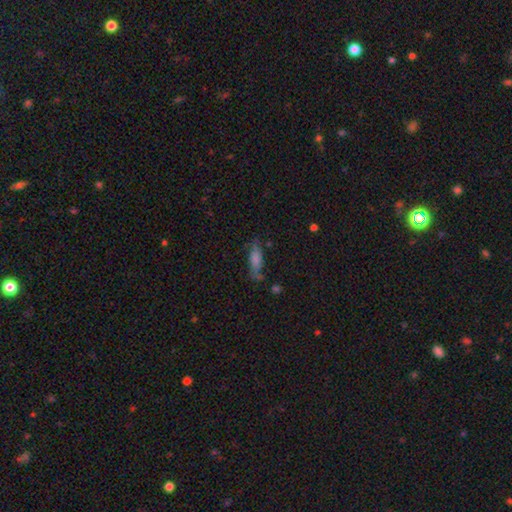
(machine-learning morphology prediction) smooth_or_featured: smooth (p=0.45) [alt: featured or disk p=0.37]
merging: none (p=0.67) [alt: minor disturbance p=0.20]